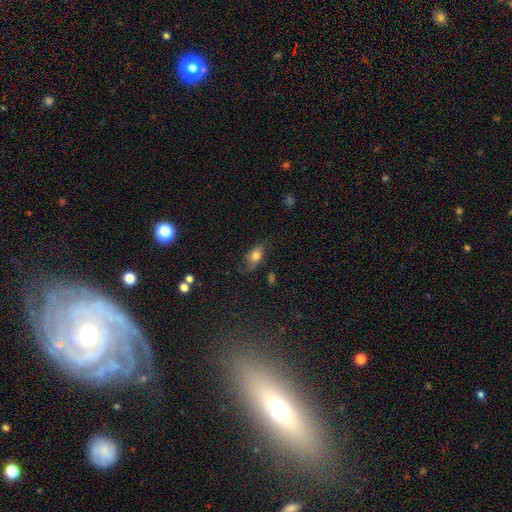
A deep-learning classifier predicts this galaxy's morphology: Overall: smooth (74%). How rounded: in between (86%). Merging: none (65%).